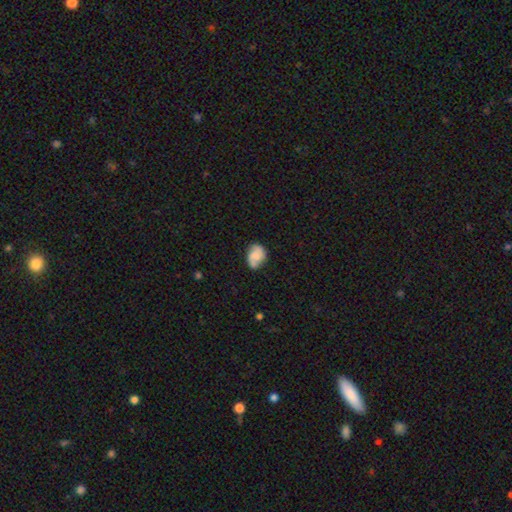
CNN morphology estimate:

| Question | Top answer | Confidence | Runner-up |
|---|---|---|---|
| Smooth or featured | featured or disk | 49% | smooth (43%) |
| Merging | none | 63% | minor disturbance (25%) |